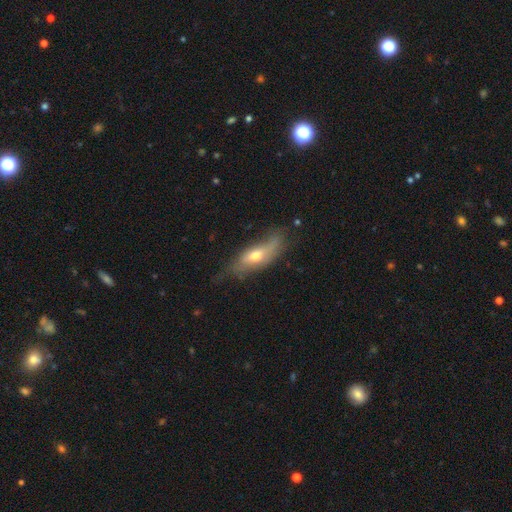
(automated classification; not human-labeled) smooth 48%, featured or disk 45%, star or artifact 8%. Down the decision tree: merging — none (51%).